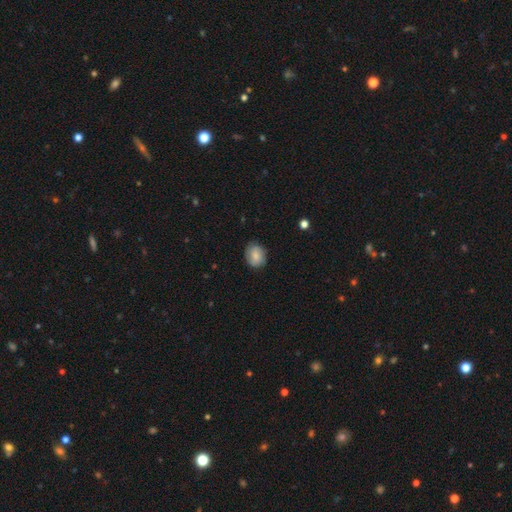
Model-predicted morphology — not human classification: Smooth or featured? smooth (76%)
How rounded? round (57%)
Merging? none (79%)